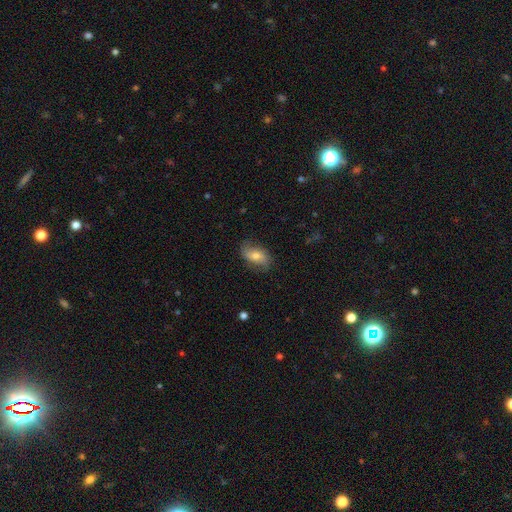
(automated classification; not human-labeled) This appears to be a smooth galaxy with no disk features (50%). Merging: none (76%).